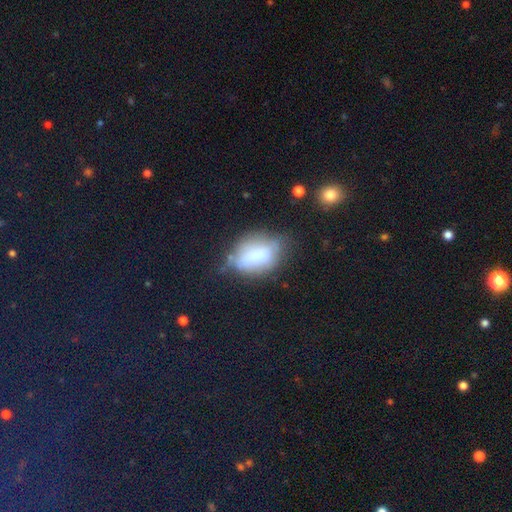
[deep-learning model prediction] Q: Smooth or featured?
A: smooth (67%); runner-up: featured or disk (23%)
Q: How rounded?
A: in between (80%); runner-up: round (17%)
Q: Merging?
A: none (40%); runner-up: minor disturbance (33%)